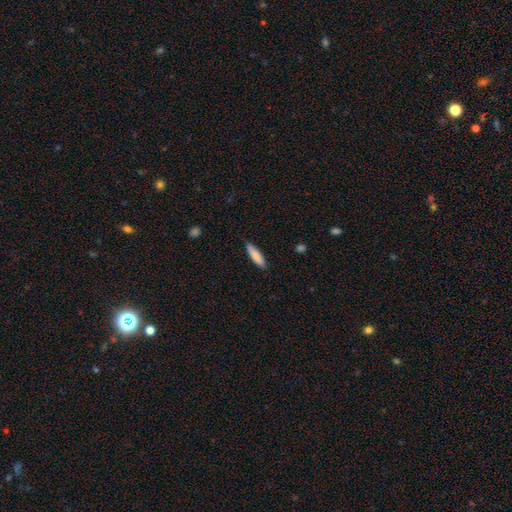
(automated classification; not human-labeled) This appears to be a smooth galaxy with no disk features (83%) that is cigar-shaped (66%). Merging: none (86%).